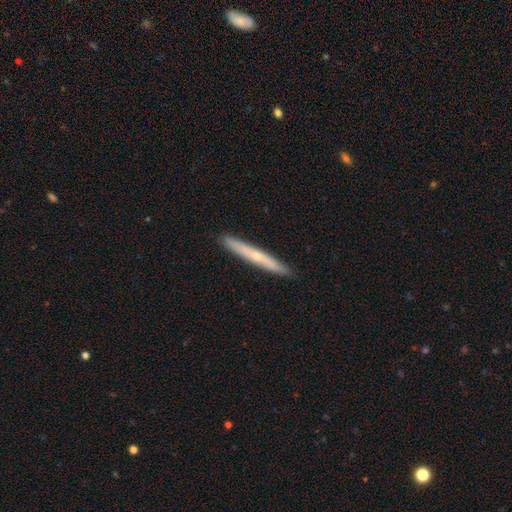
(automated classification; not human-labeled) Smooth or featured? featured or disk (53%)
Edge-on disk? yes (95%)
Merging? none (92%)